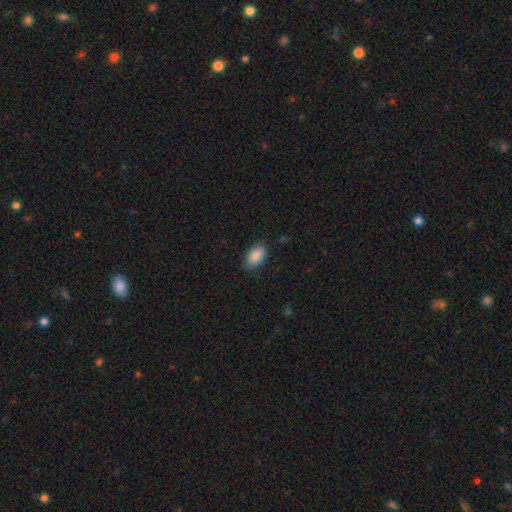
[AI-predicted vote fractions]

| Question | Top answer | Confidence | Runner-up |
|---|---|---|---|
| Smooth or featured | smooth | 89% | star or artifact (7%) |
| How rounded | in between | 94% | round (4%) |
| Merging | none | 82% | minor disturbance (14%) |